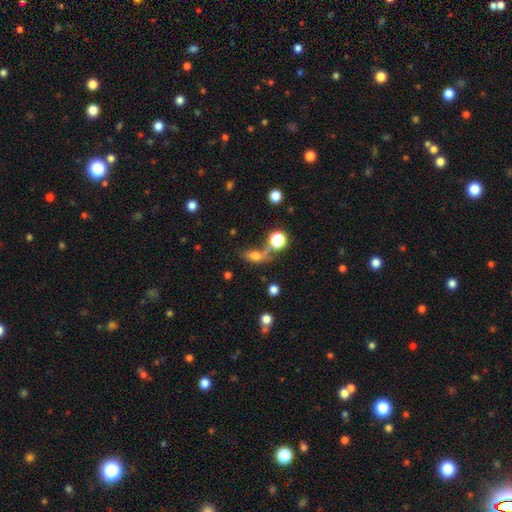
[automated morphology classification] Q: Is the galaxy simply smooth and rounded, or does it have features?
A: smooth — 66%.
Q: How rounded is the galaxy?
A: in between — 68%.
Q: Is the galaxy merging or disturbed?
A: none — 43%.